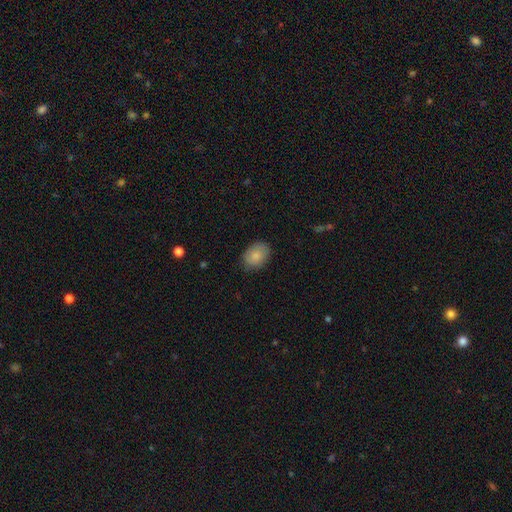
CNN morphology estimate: smooth 85%, featured or disk 8%, star or artifact 7%. Down the decision tree: how rounded — in between (72%); merging — none (81%).